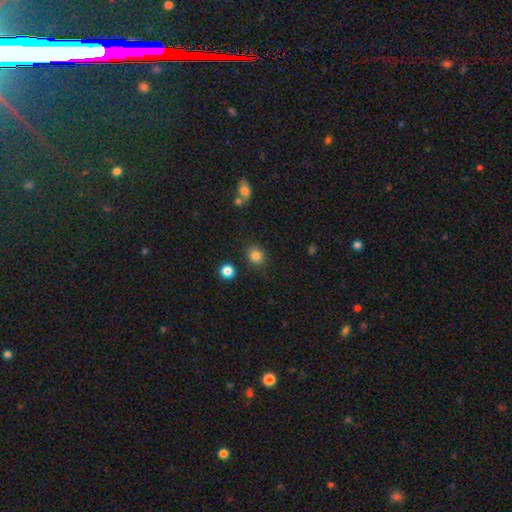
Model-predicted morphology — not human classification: Overall: smooth (83%). How rounded: round (75%). Merging: none (84%).